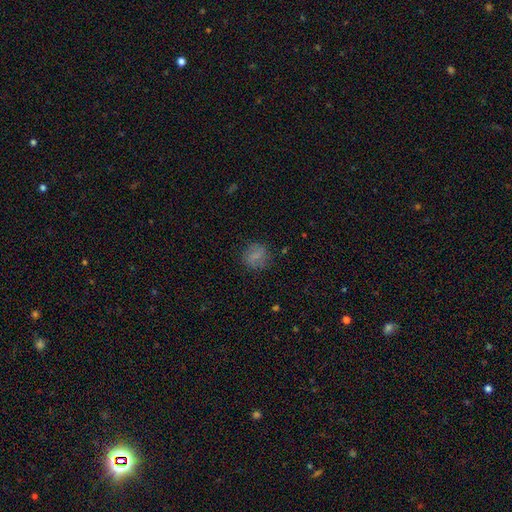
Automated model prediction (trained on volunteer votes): A smooth galaxy with no disk features (75%) that is round (77%). Merging: none (79%).